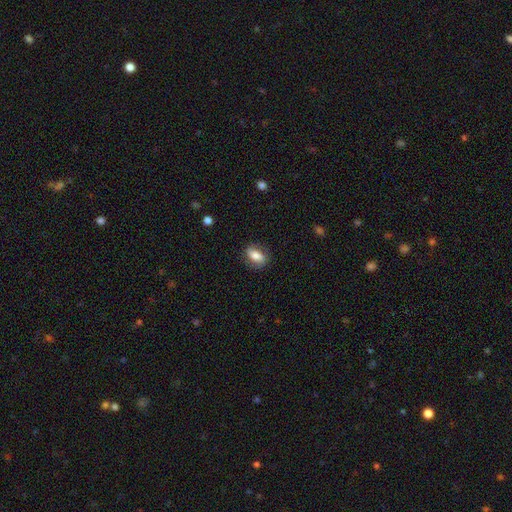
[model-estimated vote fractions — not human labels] A smooth galaxy with no disk features (68%) that is in between round and cigar-shaped (81%).

Vote fractions:
- Smooth or featured? smooth: 68% / featured or disk: 25% / star or artifact: 7%
- How rounded? in between: 81% / round: 10% / cigar-shaped: 8%
- Merging? none: 80% / minor disturbance: 15% / major disturbance: 5% / merger: 1%